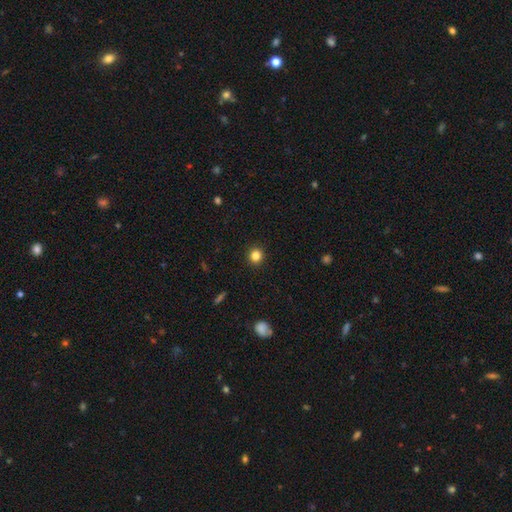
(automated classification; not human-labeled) smooth 83%, star or artifact 12%, featured or disk 5%. Down the decision tree: how rounded — round (92%); merging — none (93%).